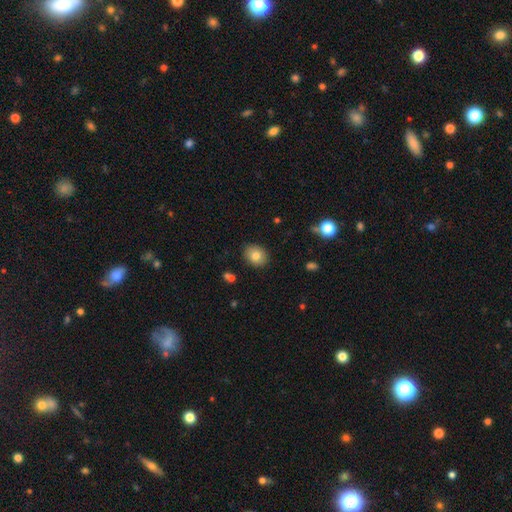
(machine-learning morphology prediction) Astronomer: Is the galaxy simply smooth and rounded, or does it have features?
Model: smooth — 80%.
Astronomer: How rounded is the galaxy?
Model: round — 57% (runner-up: in between, 42%).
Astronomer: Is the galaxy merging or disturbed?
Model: none — 87%.